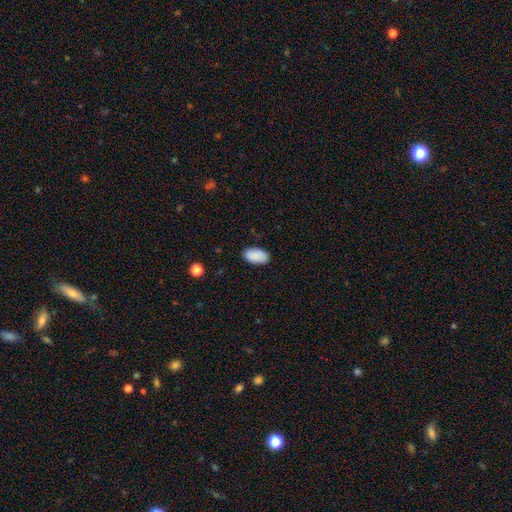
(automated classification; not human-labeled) This appears to be a smooth galaxy with no disk features (90%) that is in between round and cigar-shaped (95%). Merging: none (87%).